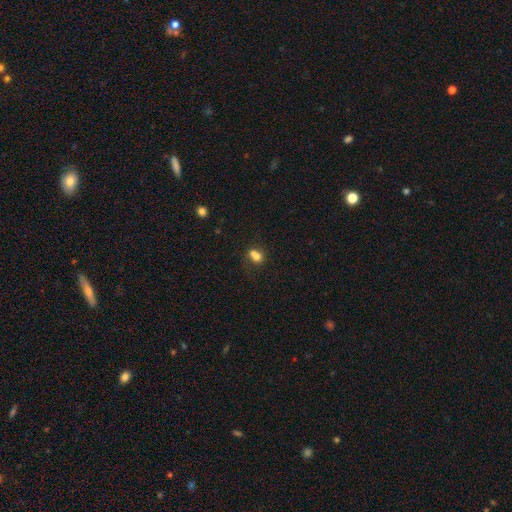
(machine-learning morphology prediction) Smooth or featured? smooth (72%)
How rounded? round (59%)
Merging? merger (53%)